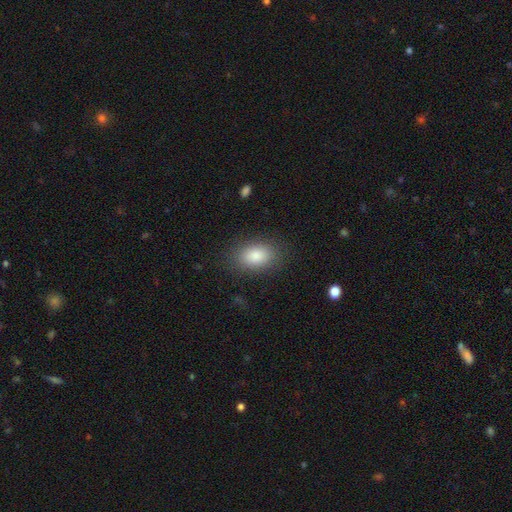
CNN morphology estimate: This appears to be a smooth galaxy with no disk features (85%) that is in between round and cigar-shaped (84%). Merging: none (84%).